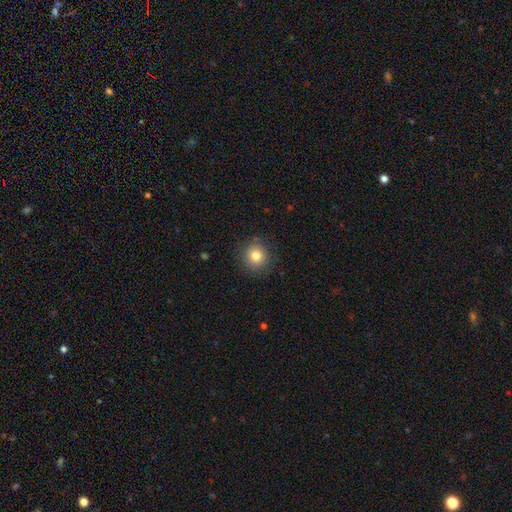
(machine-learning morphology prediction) type=smooth (80%); roundness=round (92%); merging=none (88%).